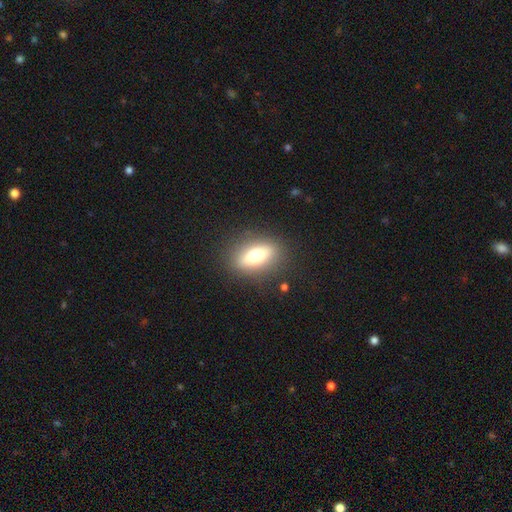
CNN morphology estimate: Overall: smooth (66%). How rounded: in between (75%). Merging: none (85%).